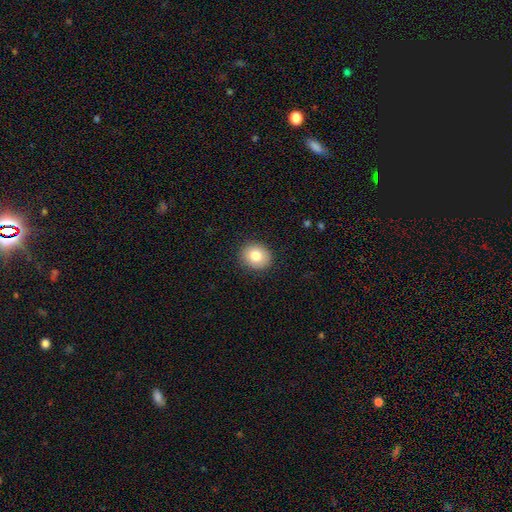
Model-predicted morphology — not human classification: A smooth galaxy with no disk features (81%) that is round (76%).

Vote fractions:
- Smooth or featured? smooth: 81% / featured or disk: 10% / star or artifact: 9%
- How rounded? round: 76% / in between: 23% / cigar-shaped: 1%
- Merging? none: 90% / minor disturbance: 7% / major disturbance: 2% / merger: 1%